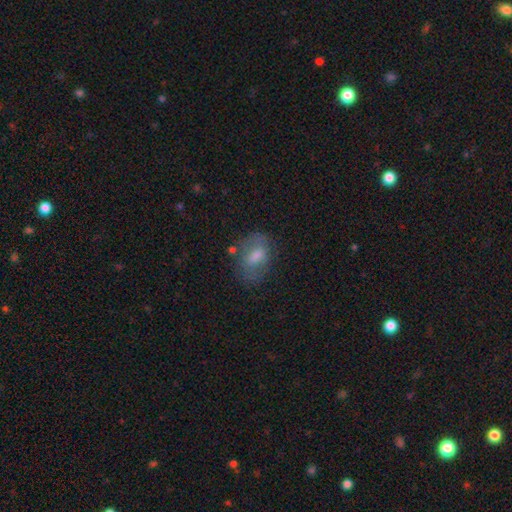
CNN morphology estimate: smooth 59%, featured or disk 31%, star or artifact 10%. Down the decision tree: how rounded — in between (80%); merging — none (62%).